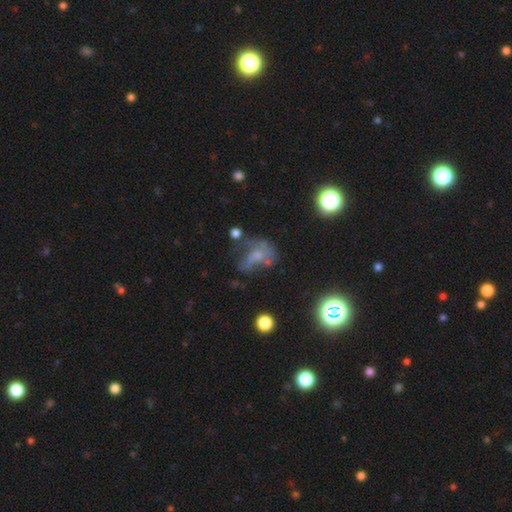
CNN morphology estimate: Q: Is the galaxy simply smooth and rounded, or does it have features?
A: featured or disk — 38%, tied with smooth.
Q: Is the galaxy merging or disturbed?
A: major disturbance — 38%.